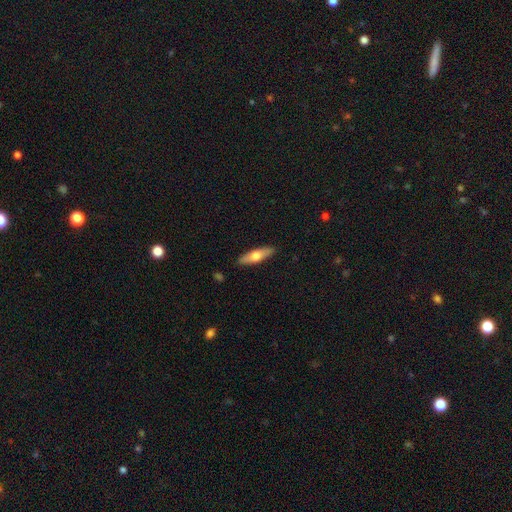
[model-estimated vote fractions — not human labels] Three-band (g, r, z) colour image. It shows a smooth galaxy with no disk features (58%) that is cigar-shaped (61%). Merging: none (89%).